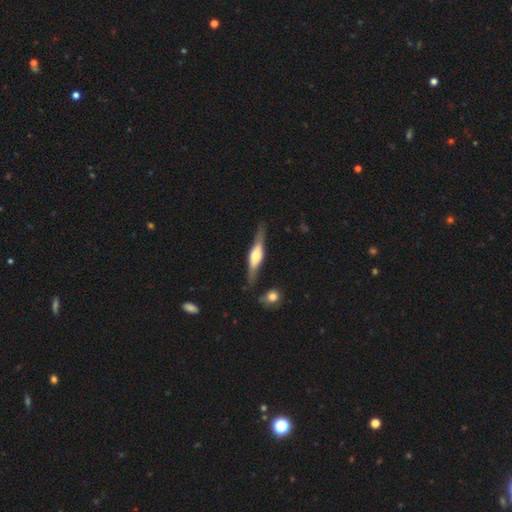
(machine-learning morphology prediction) This is likely a featured or disk galaxy (65%). It is clearly viewed edge-on (92%). Edge-on bulge: likely rounded (76%). Merging: likely none (78%).